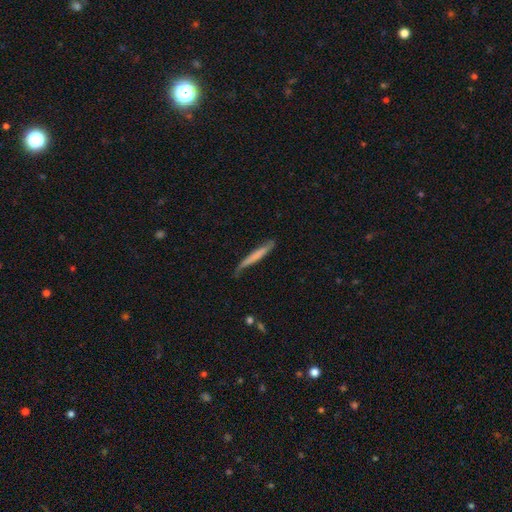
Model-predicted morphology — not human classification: Smooth or featured: smooth — 60% (featured or disk — 34%)
How rounded: cigar-shaped — 95% (in between — 3%)
Merging: none — 63% (minor disturbance — 27%)